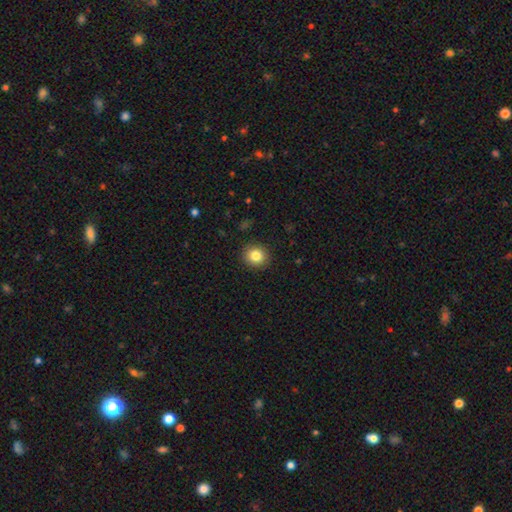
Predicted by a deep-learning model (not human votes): smooth-or-featured: smooth: 82% | star or artifact: 10% | featured or disk: 7%
  how-rounded: round: 88% | in between: 11% | cigar-shaped: 1%
  merging: none: 91% | minor disturbance: 6% | major disturbance: 2% | merger: 1%